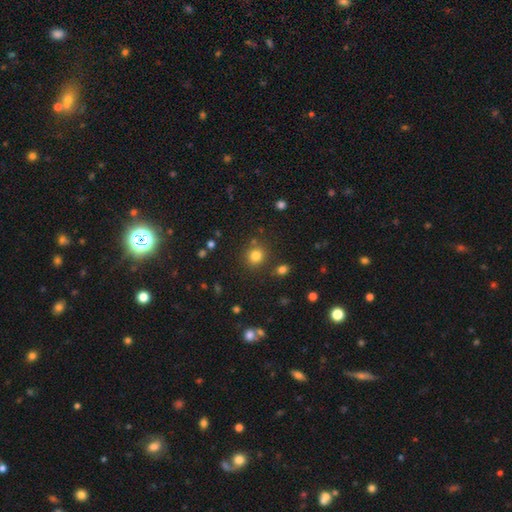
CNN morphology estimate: Overall: smooth (80%). How rounded: round (89%). Merging: none (82%).